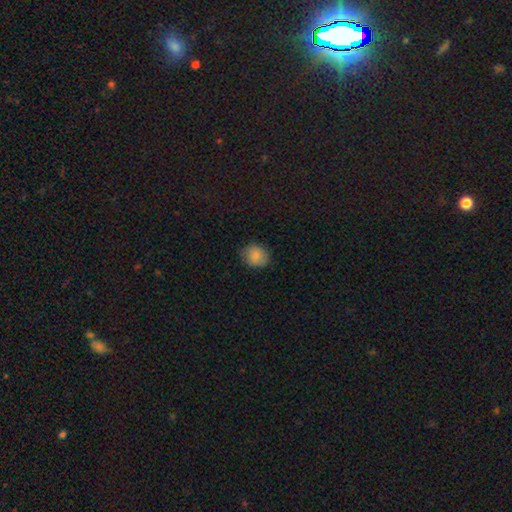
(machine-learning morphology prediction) smooth-or-featured: smooth: 82% | featured or disk: 9% | star or artifact: 8%
  how-rounded: round: 66% | in between: 33% | cigar-shaped: 1%
  merging: none: 77% | minor disturbance: 18% | major disturbance: 4% | merger: 1%